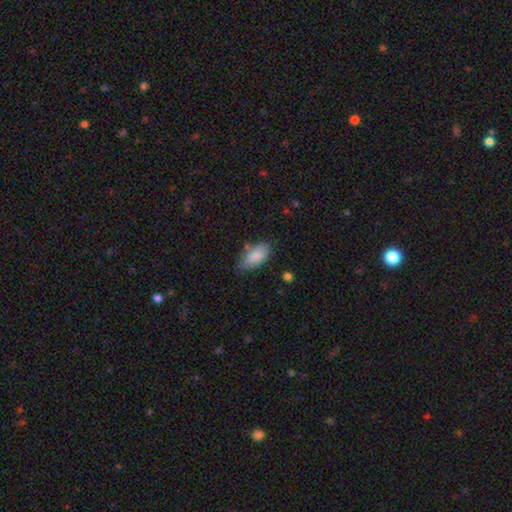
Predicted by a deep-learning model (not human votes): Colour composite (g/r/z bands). It shows a smooth galaxy with no disk features (86%) that is in between round and cigar-shaped (91%). Merging: none (67%).